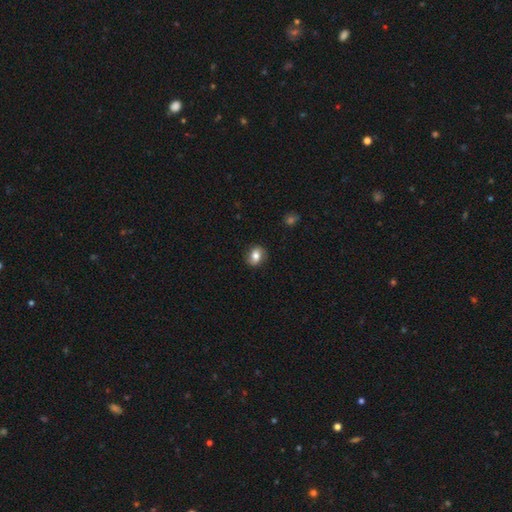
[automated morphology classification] Smooth or featured: smooth — 71% (featured or disk — 20%)
How rounded: in between — 53% (round — 46%)
Merging: none — 82% (minor disturbance — 13%)